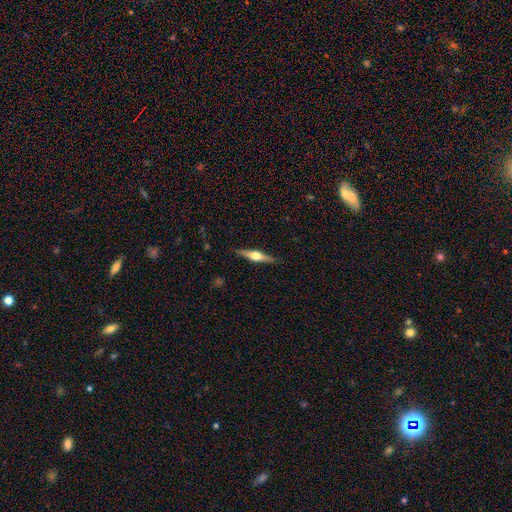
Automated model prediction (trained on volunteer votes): smooth-or-featured: featured or disk: 68% | smooth: 27% | star or artifact: 5%
  disk-edge-on: yes: 97% | no: 3%
    edge-on-bulge: rounded: 93% | boxy: 5% | none: 2%
  merging: none: 89% | minor disturbance: 8% | major disturbance: 2% | merger: 1%